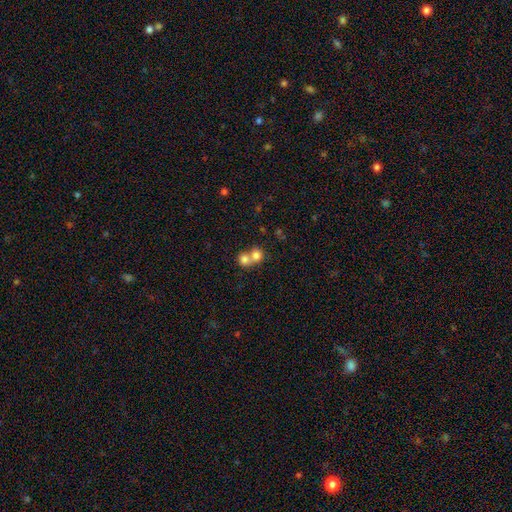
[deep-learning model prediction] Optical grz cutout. It shows a smooth galaxy with no disk features (76%) that is round (81%). Merging: merger (66%).